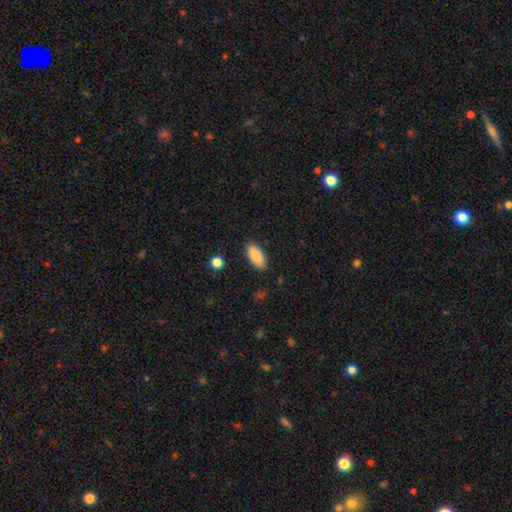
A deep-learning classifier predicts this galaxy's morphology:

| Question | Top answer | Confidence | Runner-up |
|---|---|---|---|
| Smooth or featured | smooth | 87% | featured or disk (7%) |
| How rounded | in between | 86% | cigar-shaped (12%) |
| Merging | none | 87% | minor disturbance (9%) |